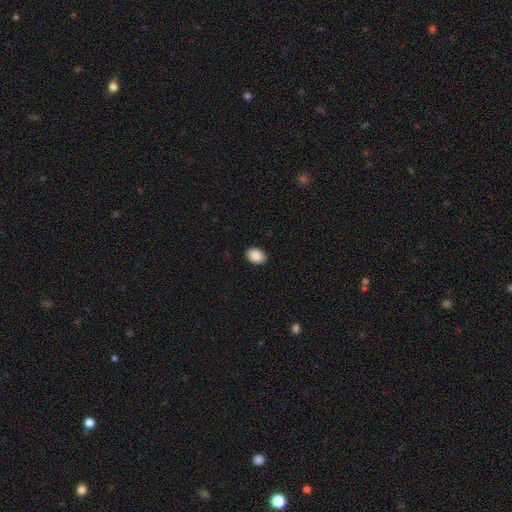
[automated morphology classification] Smooth or featured?
  - smooth: 89% *
  - star or artifact: 7%
  - featured or disk: 3%
How rounded?
  - in between: 82% *
  - round: 17%
  - cigar-shaped: 1%
Merging?
  - none: 90% *
  - minor disturbance: 7%
  - major disturbance: 2%
  - merger: 1%